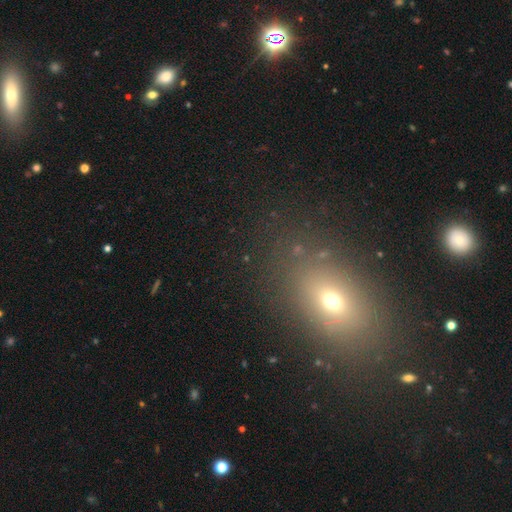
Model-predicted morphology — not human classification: Overall: smooth (56%; star or artifact 29%). How rounded: in between (68%). Merging: none (84%).